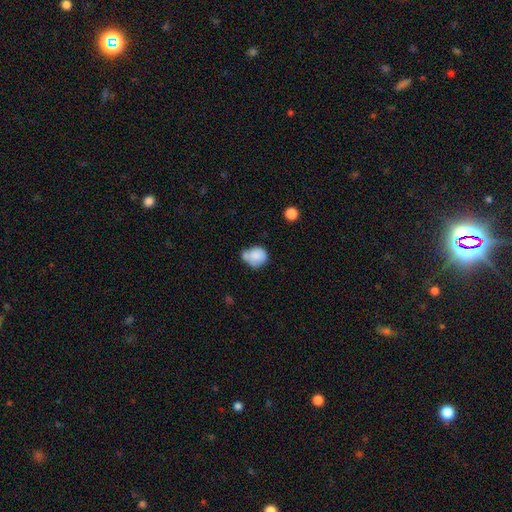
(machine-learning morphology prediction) Smooth or featured? Predicted: smooth (p=0.79). How rounded? Predicted: round (p=0.65). Merging? Predicted: none (p=0.36).